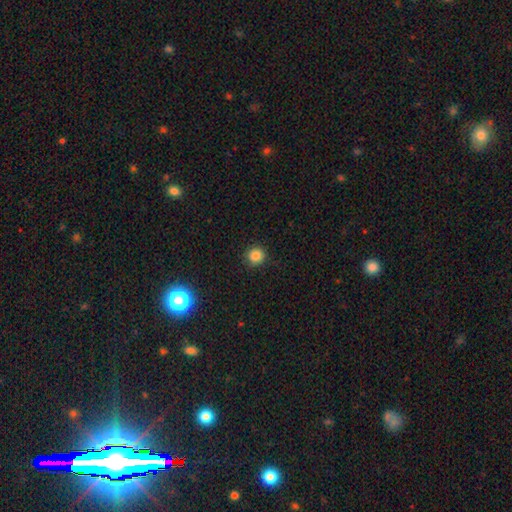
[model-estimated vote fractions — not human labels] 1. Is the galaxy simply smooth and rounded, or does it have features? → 84% smooth, 12% star or artifact, 4% featured or disk.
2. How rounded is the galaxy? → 92% round, 7% in between, 1% cigar-shaped.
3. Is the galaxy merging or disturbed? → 90% none, 7% minor disturbance, 2% major disturbance, 1% merger.